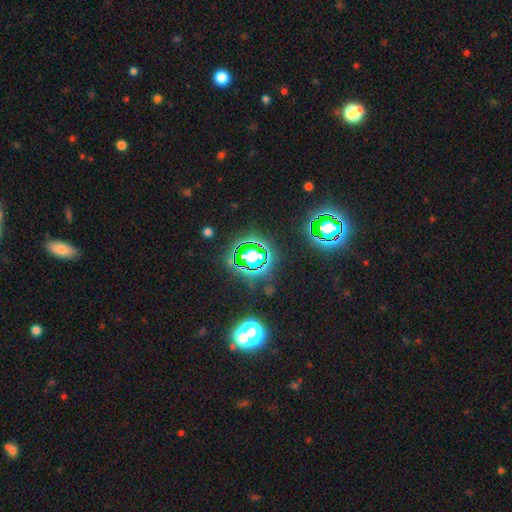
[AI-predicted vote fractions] Smooth or featured?
  - star or artifact: 66% *
  - smooth: 20%
  - featured or disk: 13%